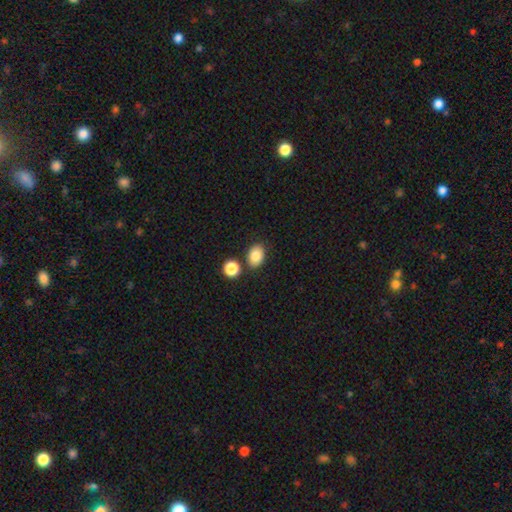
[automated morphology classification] Smooth or featured?
  - smooth: 84% *
  - star or artifact: 9%
  - featured or disk: 6%
How rounded?
  - in between: 74% *
  - round: 25%
  - cigar-shaped: 1%
Merging?
  - none: 78% *
  - minor disturbance: 11%
  - merger: 8%
  - major disturbance: 3%